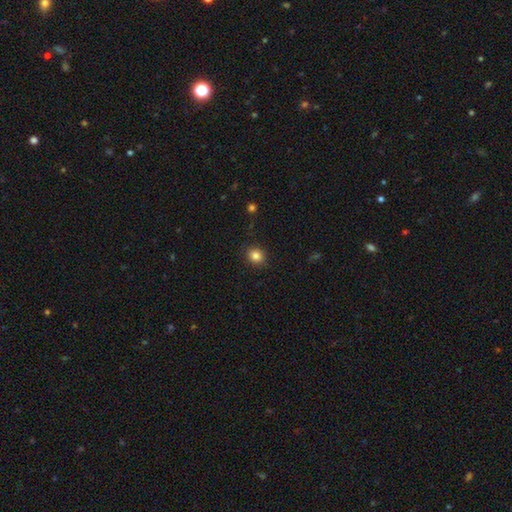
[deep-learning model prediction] Morphology: type=smooth (84%); roundness=round (76%); merging=none (89%).